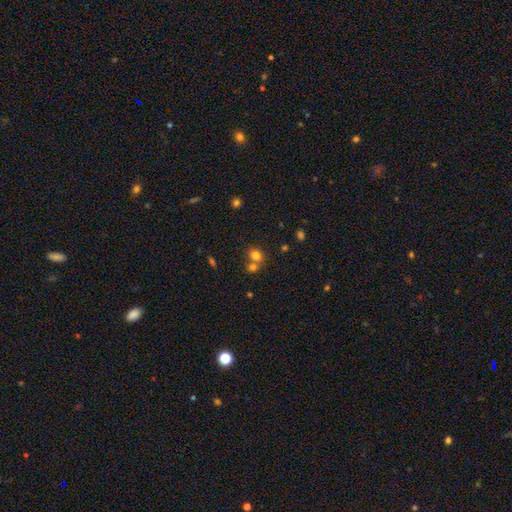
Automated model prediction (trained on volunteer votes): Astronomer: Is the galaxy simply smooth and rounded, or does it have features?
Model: smooth — 76%.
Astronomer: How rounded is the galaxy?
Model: round — 56% (runner-up: in between, 43%).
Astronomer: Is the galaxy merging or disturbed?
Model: none — 45% (runner-up: merger, 43%).